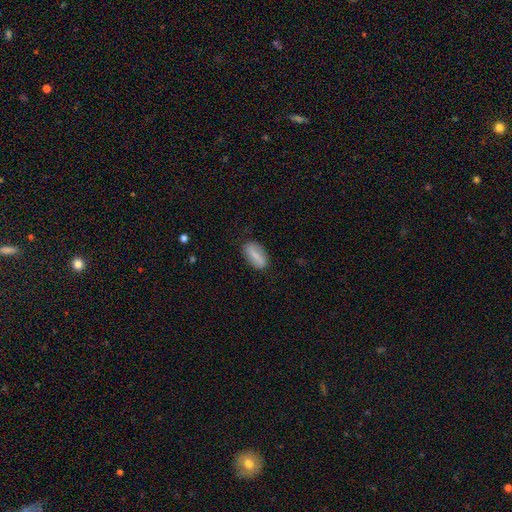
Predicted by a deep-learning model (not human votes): Q: Smooth or featured?
A: smooth (66%); runner-up: featured or disk (27%)
Q: How rounded?
A: in between (84%); runner-up: cigar-shaped (12%)
Q: Merging?
A: none (83%); runner-up: minor disturbance (13%)